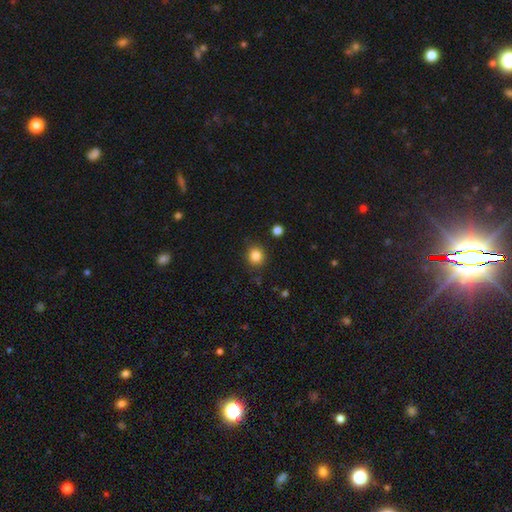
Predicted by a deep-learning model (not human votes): The model was most divided on "smooth or featured": smooth: 84%, star or artifact: 11%, featured or disk: 5%. More confident: how rounded — round (86%); merging — none (86%).